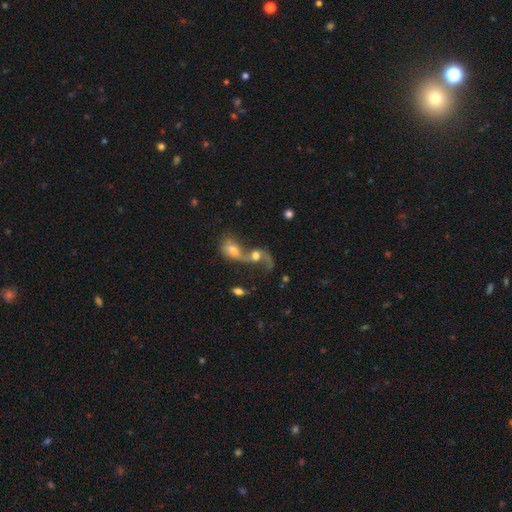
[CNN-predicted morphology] featured or disk 55%, smooth 33%, star or artifact 12%. Down the decision tree: edge-on disk — no (94%); bar — no (69%); spiral arms — yes (74%); bulge size — moderate (48%); merging — merger (76%).